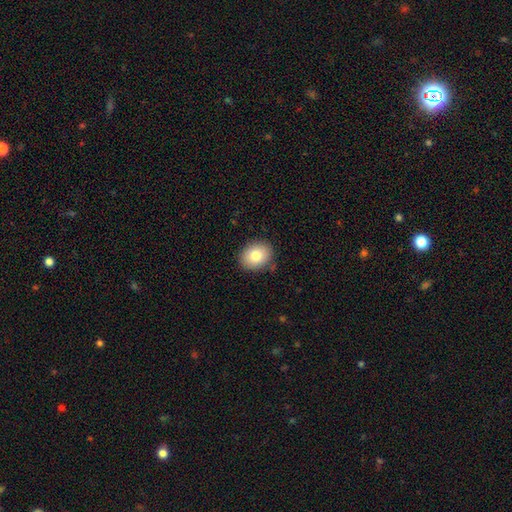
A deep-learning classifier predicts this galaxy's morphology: smooth-or-featured: smooth: 80% | featured or disk: 11% | star or artifact: 9%
  how-rounded: in between: 52% | round: 47% | cigar-shaped: 1%
  merging: none: 87% | minor disturbance: 10% | major disturbance: 2% | merger: 1%